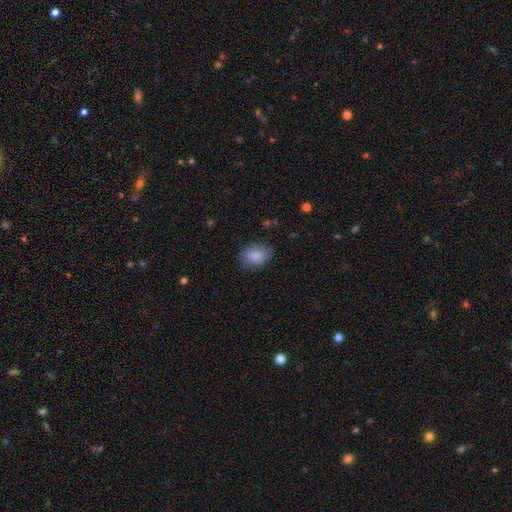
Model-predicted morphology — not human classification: Q: Smooth or featured?
A: smooth (83%); runner-up: featured or disk (10%)
Q: How rounded?
A: in between (68%); runner-up: round (30%)
Q: Merging?
A: none (75%); runner-up: minor disturbance (19%)